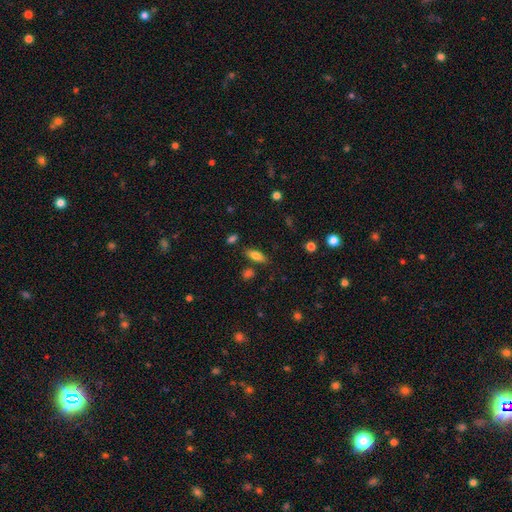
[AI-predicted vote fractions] This is likely a smooth galaxy (76%). How rounded: likely in between (69%). Merging: clearly none (80%).